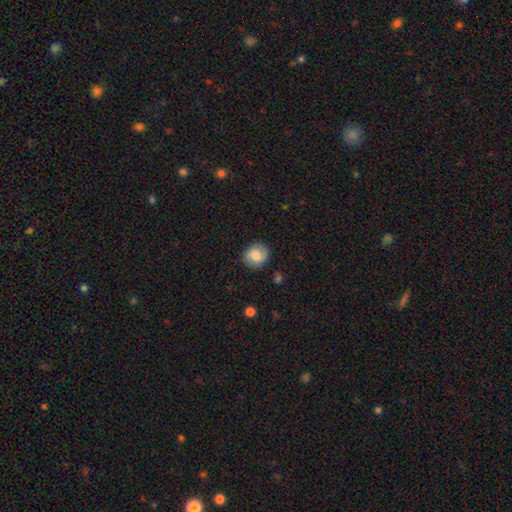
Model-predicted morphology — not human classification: Overall: smooth (77%). How rounded: round (81%). Merging: none (84%).